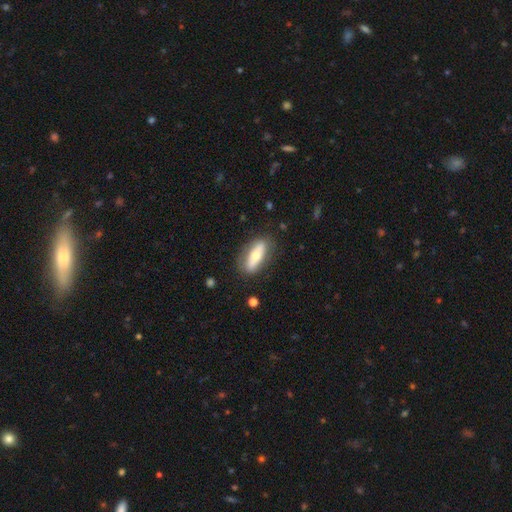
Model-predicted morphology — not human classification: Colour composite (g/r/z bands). It shows a smooth galaxy with no disk features (55%) that is in between round and cigar-shaped (65%). Merging: none (80%).